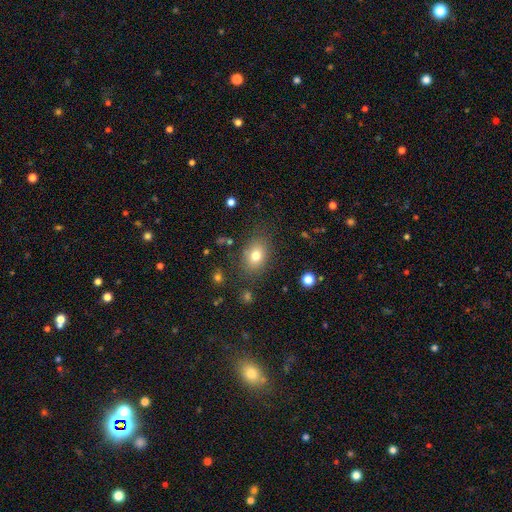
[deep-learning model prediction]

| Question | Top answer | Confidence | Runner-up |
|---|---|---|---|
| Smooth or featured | smooth | 76% | star or artifact (12%) |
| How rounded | in between | 67% | round (32%) |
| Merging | none | 81% | minor disturbance (12%) |